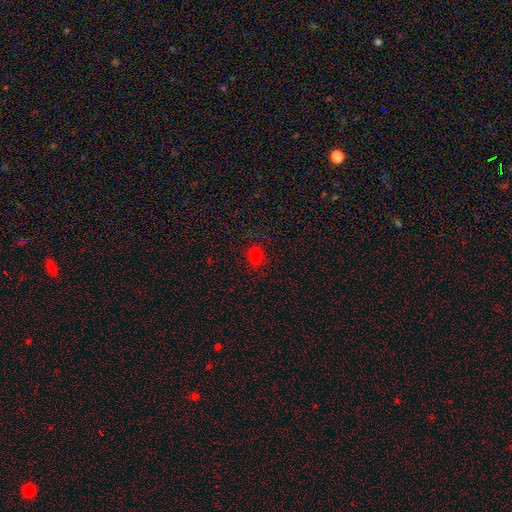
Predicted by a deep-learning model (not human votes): Smooth or featured?
  - smooth: 80% *
  - star or artifact: 16%
  - featured or disk: 4%
How rounded?
  - round: 61% *
  - in between: 38%
  - cigar-shaped: 1%
Merging?
  - none: 88% *
  - minor disturbance: 8%
  - major disturbance: 2%
  - merger: 1%